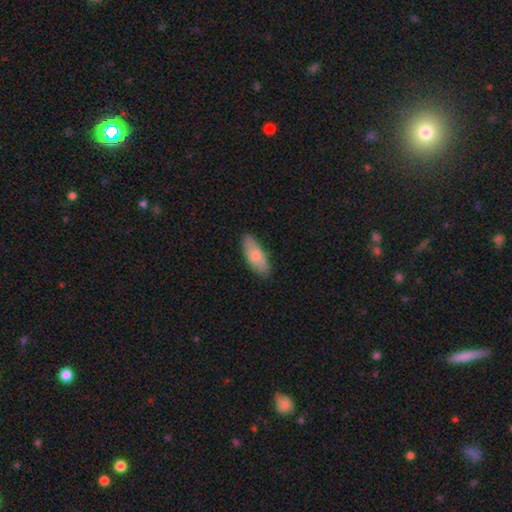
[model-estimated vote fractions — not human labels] Morphology: type=smooth (81%); roundness=in between (77%); merging=none (83%).